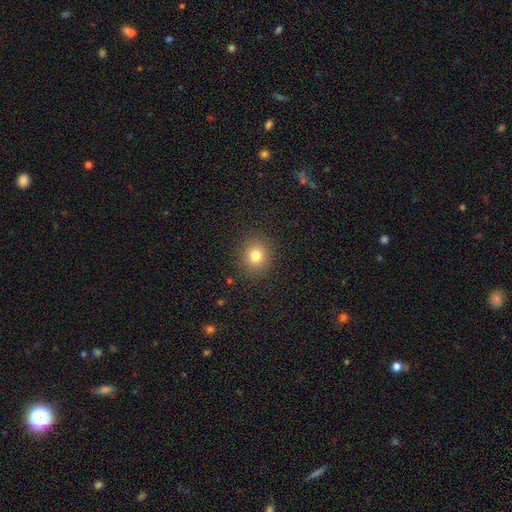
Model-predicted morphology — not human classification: smooth 80%, star or artifact 13%, featured or disk 7%. Down the decision tree: how rounded — round (85%); merging — none (89%).